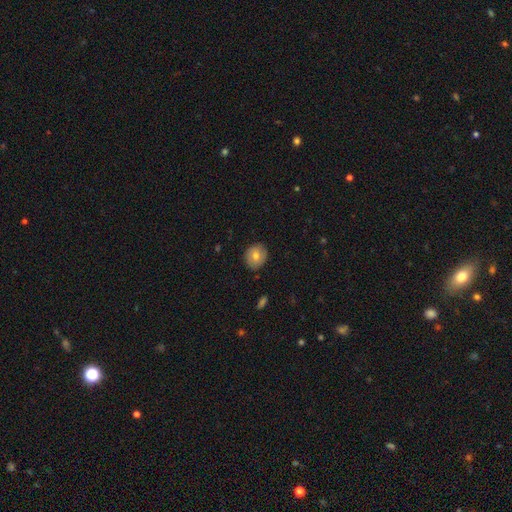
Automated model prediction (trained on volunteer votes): Smooth or featured? Predicted: smooth (p=0.68). How rounded? Predicted: round (p=0.76). Merging? Predicted: none (p=0.84).